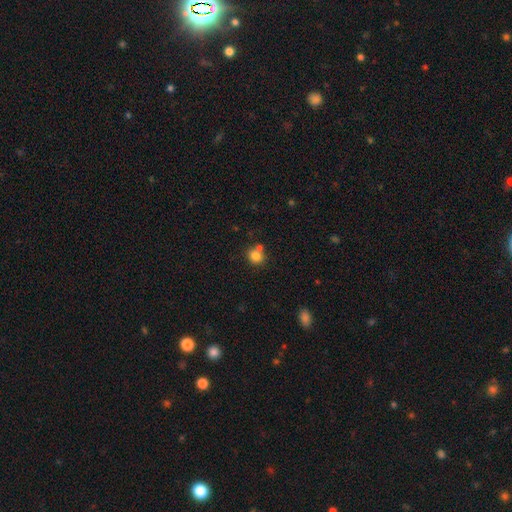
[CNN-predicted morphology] Smooth or featured? Predicted: smooth (p=0.82). How rounded? Predicted: round (p=0.76). Merging? Predicted: none (p=0.61).